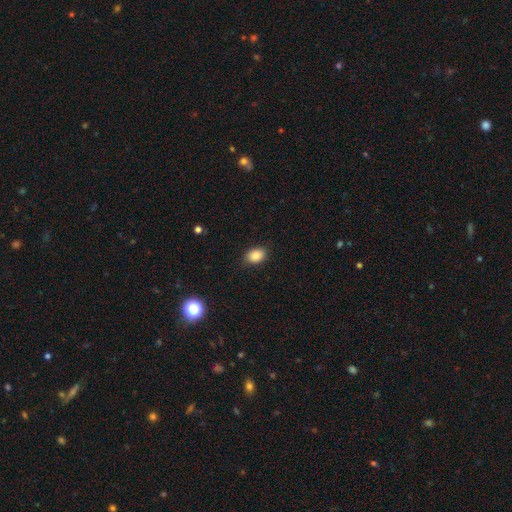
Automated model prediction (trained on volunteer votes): Morphology: type=smooth (87%); roundness=in between (75%); merging=none (86%).